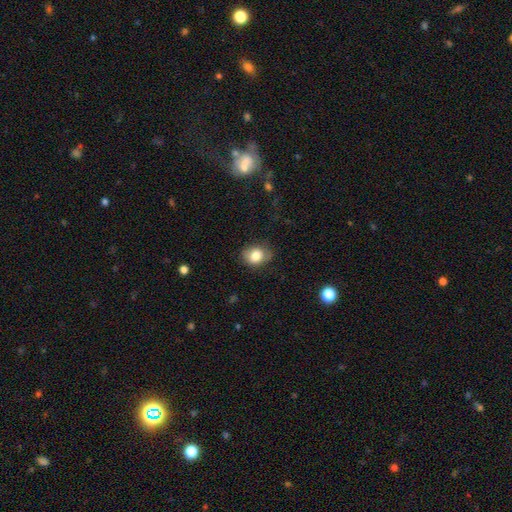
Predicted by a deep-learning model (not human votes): The model was most divided on "how rounded": in between: 53%, round: 46%, cigar-shaped: 1%. More confident: smooth or featured — smooth (81%); merging — none (72%).